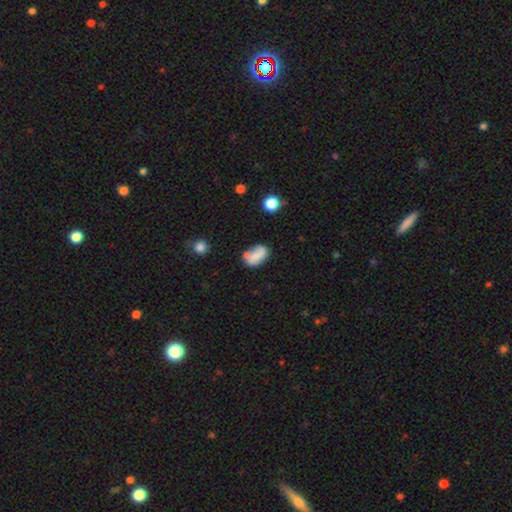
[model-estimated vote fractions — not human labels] Smooth or featured? smooth (70%)
How rounded? in between (87%)
Merging? none (52%)